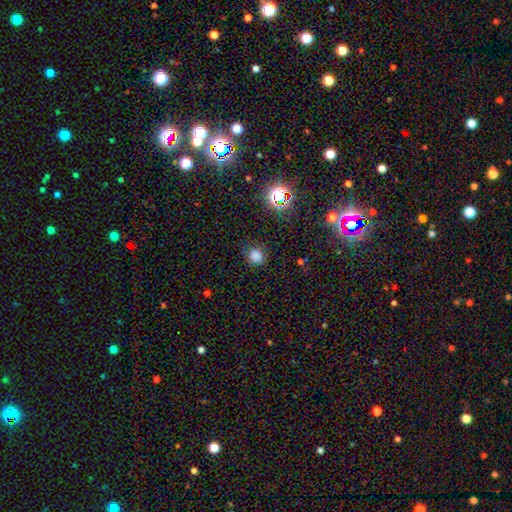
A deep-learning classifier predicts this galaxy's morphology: Q: Smooth or featured?
A: smooth (76%); runner-up: star or artifact (19%)
Q: How rounded?
A: round (68%); runner-up: in between (31%)
Q: Merging?
A: none (78%); runner-up: minor disturbance (15%)